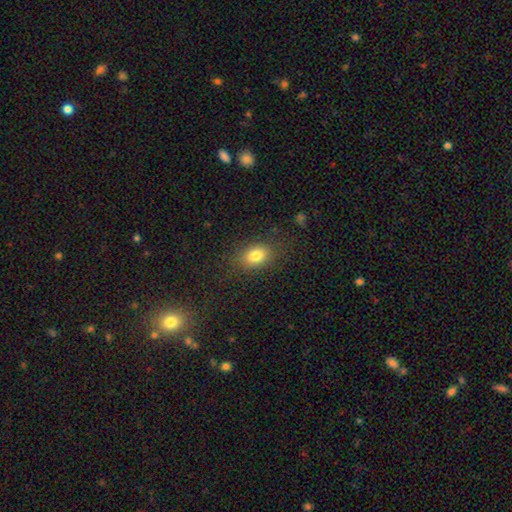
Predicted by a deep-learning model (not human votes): This appears to be a smooth galaxy with no disk features (80%) that is in between round and cigar-shaped (73%). Merging: none (81%).